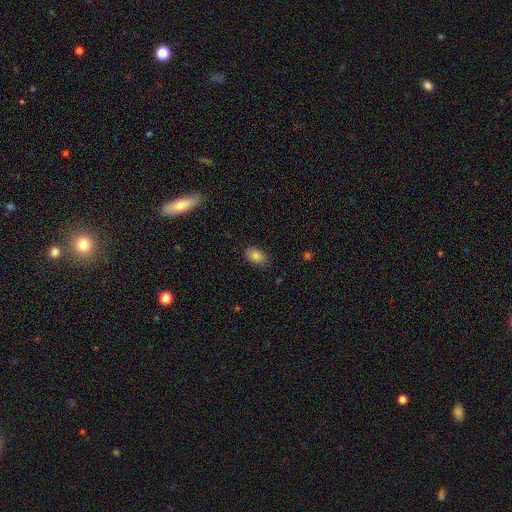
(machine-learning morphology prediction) The model was most divided on "merging": none: 82%, minor disturbance: 14%, major disturbance: 3%, merger: 1%. More confident: how rounded — in between (89%); smooth or featured — smooth (84%).